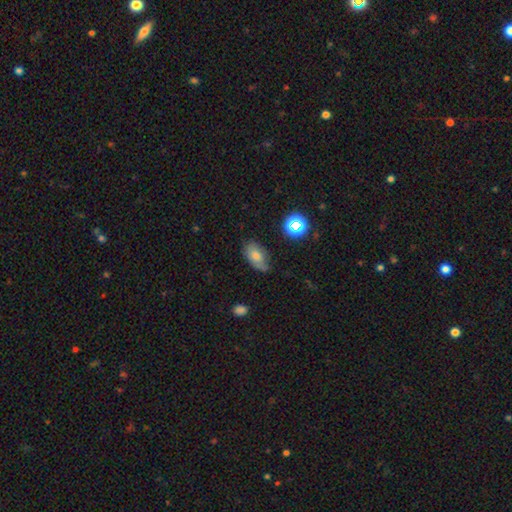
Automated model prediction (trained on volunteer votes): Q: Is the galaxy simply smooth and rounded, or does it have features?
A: smooth — 65%.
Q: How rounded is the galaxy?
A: in between — 89%.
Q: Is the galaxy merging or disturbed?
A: none — 62%.